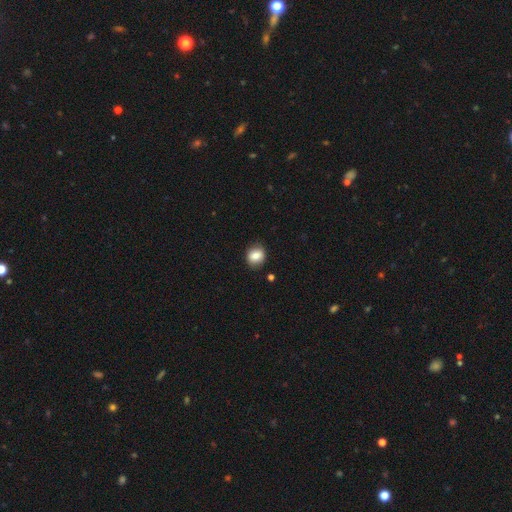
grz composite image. It shows a smooth galaxy with no disk features (82%) that is round (61%). Merging: none (94%).